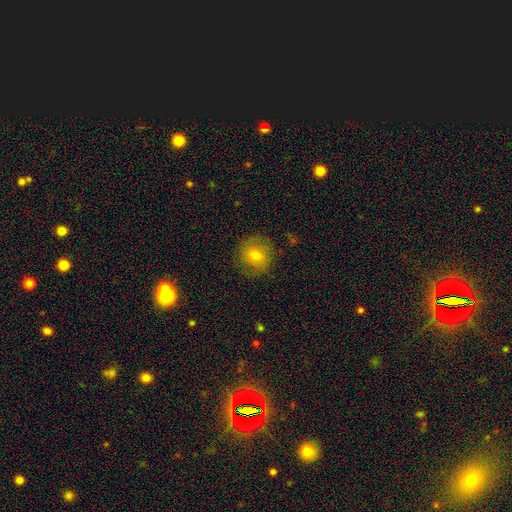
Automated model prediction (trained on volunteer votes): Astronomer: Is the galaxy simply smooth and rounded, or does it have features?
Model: smooth — 73%.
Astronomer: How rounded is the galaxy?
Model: round — 87%.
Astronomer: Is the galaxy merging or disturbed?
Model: none — 84%.